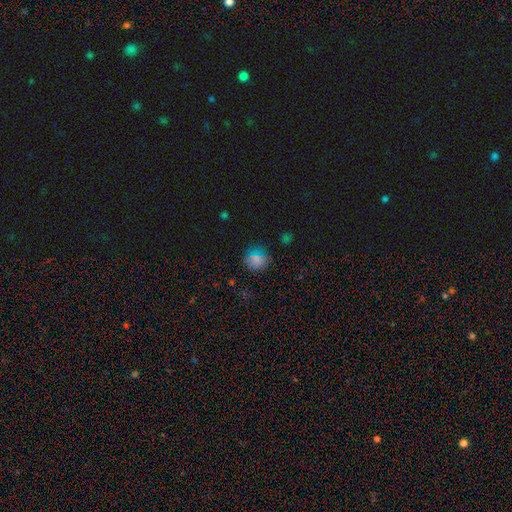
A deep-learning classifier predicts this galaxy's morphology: A smooth galaxy with no disk features (74%) that is round (86%). Merging: none (83%).